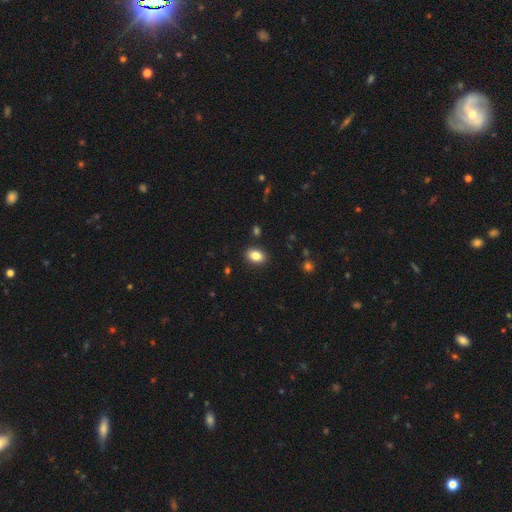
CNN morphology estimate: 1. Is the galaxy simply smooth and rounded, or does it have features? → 84% smooth, 9% star or artifact, 7% featured or disk.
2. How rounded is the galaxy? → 75% in between, 23% round, 1% cigar-shaped.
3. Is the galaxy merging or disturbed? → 89% none, 8% minor disturbance, 2% major disturbance, 2% merger.